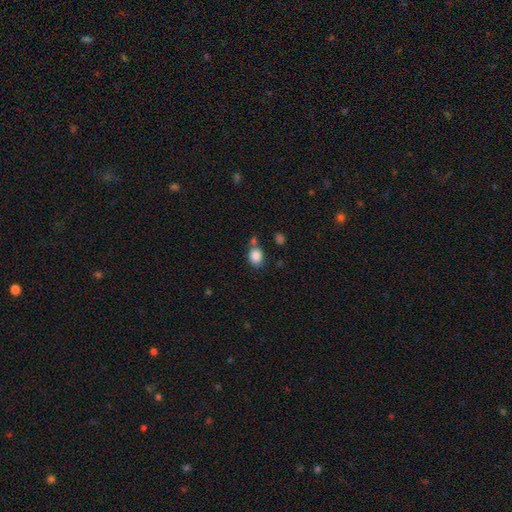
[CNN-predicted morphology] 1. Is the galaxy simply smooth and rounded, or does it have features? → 86% smooth, 9% star or artifact, 5% featured or disk.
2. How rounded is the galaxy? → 50% round, 49% in between, 1% cigar-shaped.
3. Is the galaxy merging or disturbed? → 61% none, 18% minor disturbance, 16% merger, 6% major disturbance.